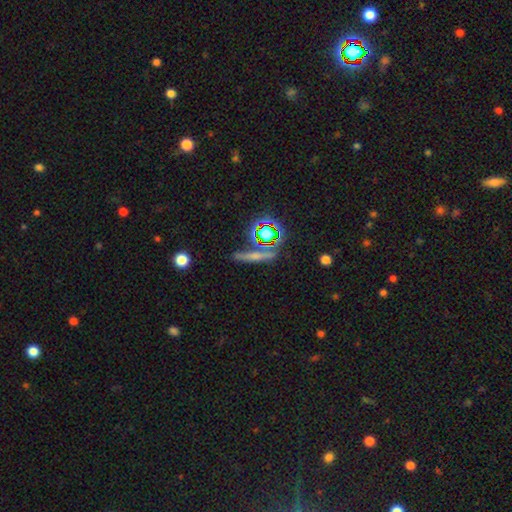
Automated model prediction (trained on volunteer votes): A smooth galaxy with no disk features (47%).

Vote fractions:
- Smooth or featured? smooth: 47% / featured or disk: 28% / star or artifact: 25%
- Merging? none: 76% / minor disturbance: 12% / merger: 7% / major disturbance: 5%